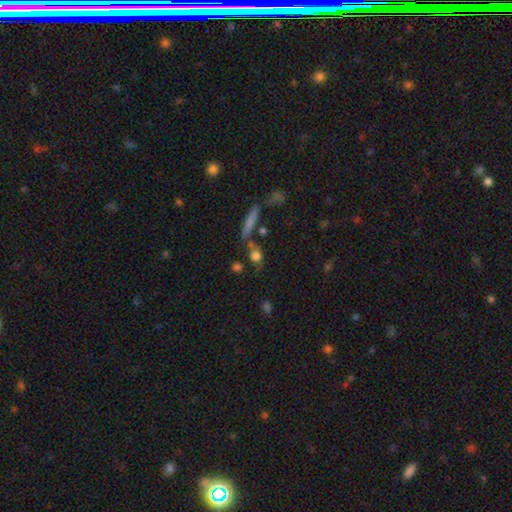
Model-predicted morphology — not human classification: Smooth or featured? Predicted: smooth (p=0.72). How rounded? Predicted: round (p=0.66). Merging? Predicted: none (p=0.58).